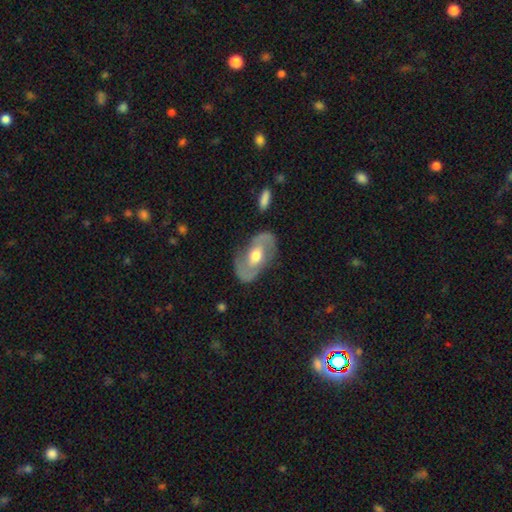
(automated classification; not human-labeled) Smooth or featured?
  - featured or disk: 77% *
  - smooth: 18%
  - star or artifact: 5%
Edge-on disk?
  - no: 94% *
  - yes: 6%
Bar?
  - no: 48% *
  - weak: 37%
  - strong: 15%
Spiral arms?
  - yes: 81% *
  - no: 19%
Spiral winding?
  - medium: 47% *
  - loose: 33%
  - tight: 20%
Spiral arm count?
  - 2: 89% *
  - can't tell: 6%
  - 1: 2%
  - 3: 1%
  - 4: 1%
  - more than 4: 1%
Bulge size?
  - moderate: 71% *
  - large: 17%
  - small: 9%
  - dominant: 1%
  - none: 1%
Merging?
  - none: 78% *
  - minor disturbance: 14%
  - major disturbance: 6%
  - merger: 2%